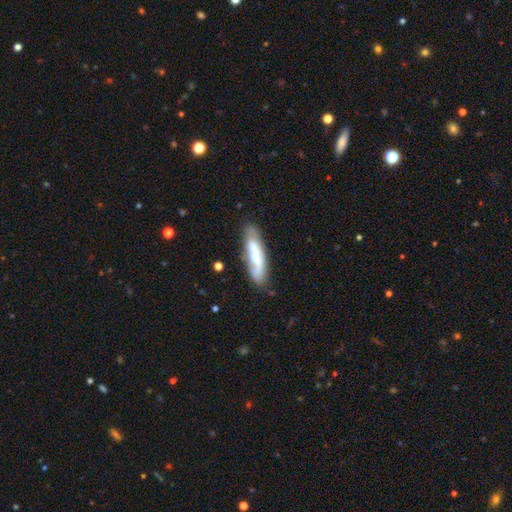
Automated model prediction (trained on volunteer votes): Morphology: type=smooth (55%); roundness=cigar-shaped (65%); merging=none (68%).